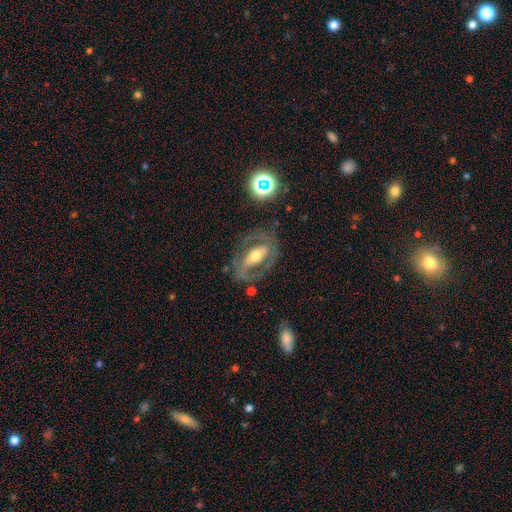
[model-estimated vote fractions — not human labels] Q: Smooth or featured?
A: featured or disk (75%); runner-up: smooth (17%)
Q: Edge-on disk?
A: no (92%); runner-up: yes (8%)
Q: Bar?
A: strong (44%); runner-up: weak (29%)
Q: Spiral arms?
A: yes (62%); runner-up: no (38%)
Q: Bulge size?
A: moderate (66%); runner-up: small (18%)
Q: Merging?
A: none (70%); runner-up: minor disturbance (15%)